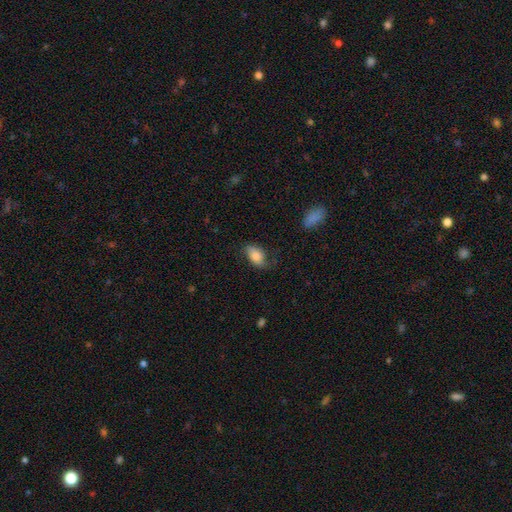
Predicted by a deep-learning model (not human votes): This is likely a smooth galaxy (75%). How rounded: clearly in between (91%). Merging: likely none (62%).